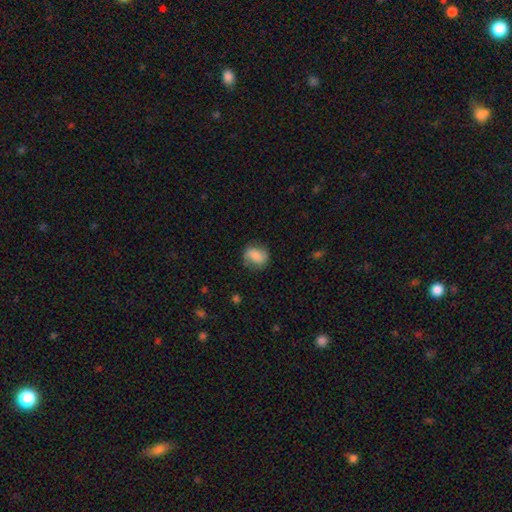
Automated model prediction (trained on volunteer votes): Smooth or featured? smooth (66%)
How rounded? round (49%, tied with in between)
Merging? none (73%)